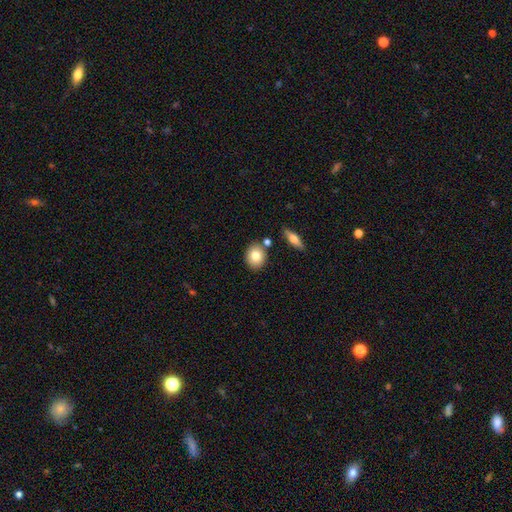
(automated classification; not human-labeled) The model was most divided on "how rounded": round: 60%, in between: 38%, cigar-shaped: 2%. More confident: merging — none (80%); smooth or featured — smooth (78%).